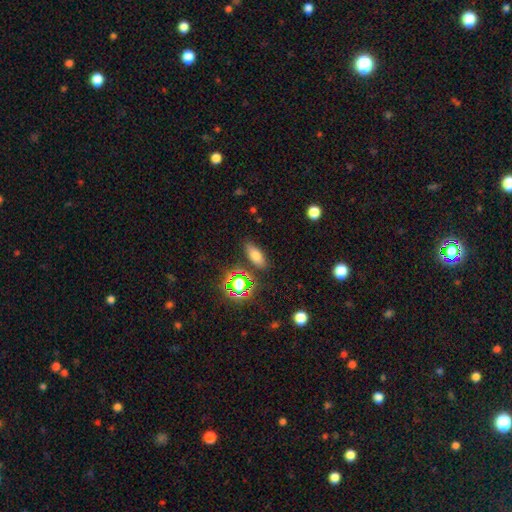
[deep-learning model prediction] Smooth or featured: smooth — 71% (star or artifact — 19%)
How rounded: in between — 76% (cigar-shaped — 16%)
Merging: none — 82% (minor disturbance — 10%)